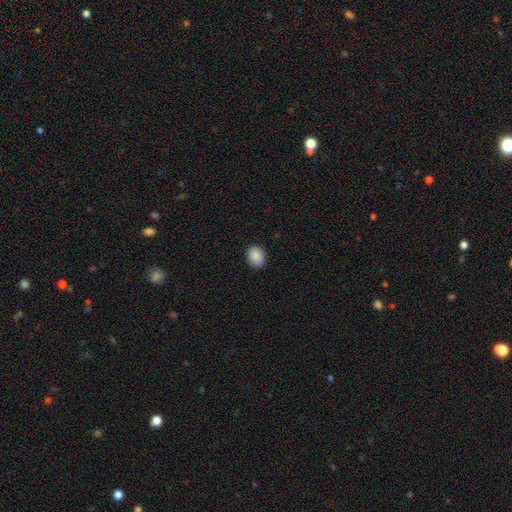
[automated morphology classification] Smooth or featured? Predicted: smooth (p=0.89). How rounded? Predicted: round (p=0.52). Merging? Predicted: none (p=0.89).